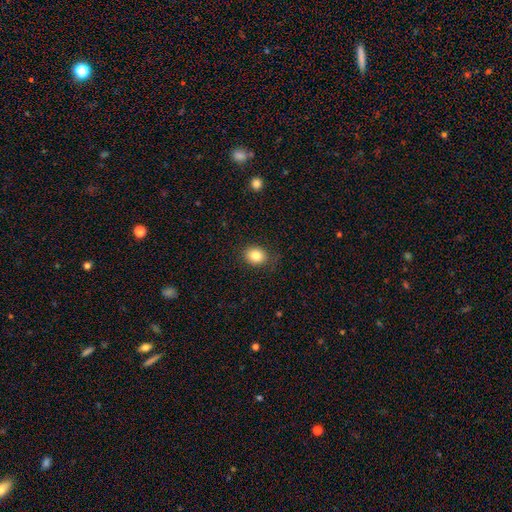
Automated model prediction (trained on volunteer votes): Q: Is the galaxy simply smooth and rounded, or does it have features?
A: smooth — 82%.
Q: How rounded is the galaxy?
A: round — 60%.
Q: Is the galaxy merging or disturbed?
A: none — 84%.